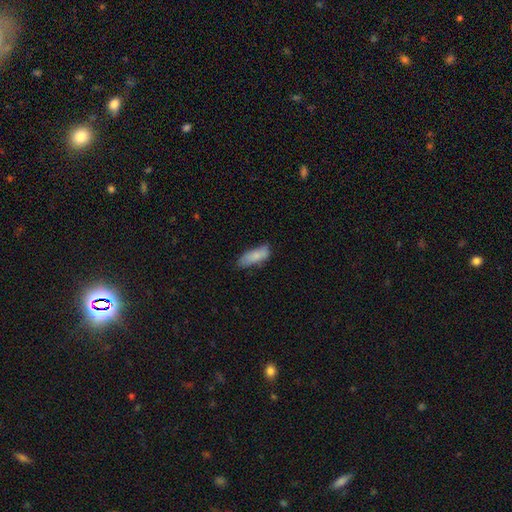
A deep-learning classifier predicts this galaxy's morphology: Smooth or featured?
  - smooth: 82% *
  - featured or disk: 11%
  - star or artifact: 7%
How rounded?
  - in between: 67% *
  - cigar-shaped: 31%
  - round: 2%
Merging?
  - none: 64% *
  - minor disturbance: 28%
  - major disturbance: 6%
  - merger: 3%